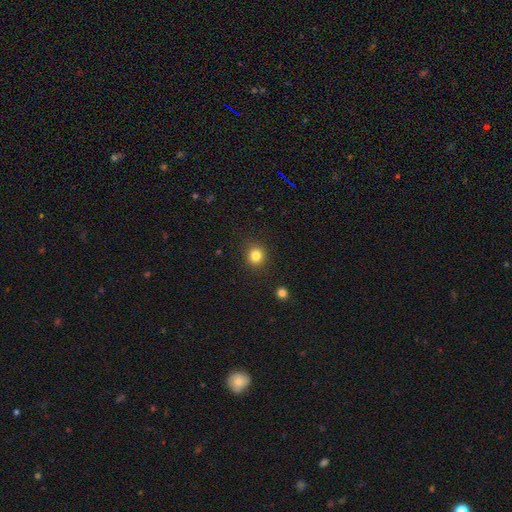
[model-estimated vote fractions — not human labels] smooth_or_featured: smooth (p=0.83) [alt: star or artifact p=0.12]
how_rounded: round (p=0.86) [alt: in between p=0.13]
merging: none (p=0.90) [alt: minor disturbance p=0.07]